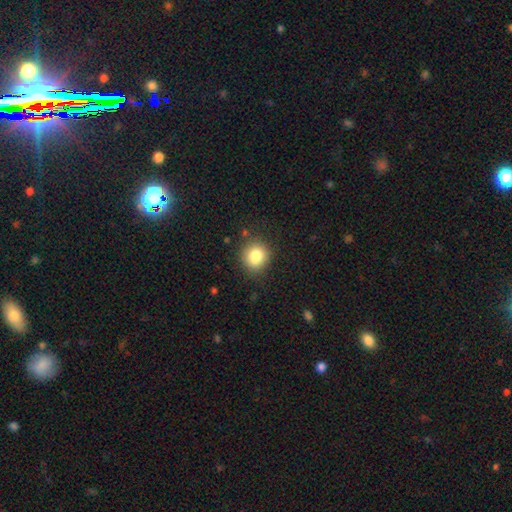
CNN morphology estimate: The model was most divided on "how rounded": round: 84%, in between: 15%, cigar-shaped: 1%. More confident: merging — none (84%); smooth or featured — smooth (83%).